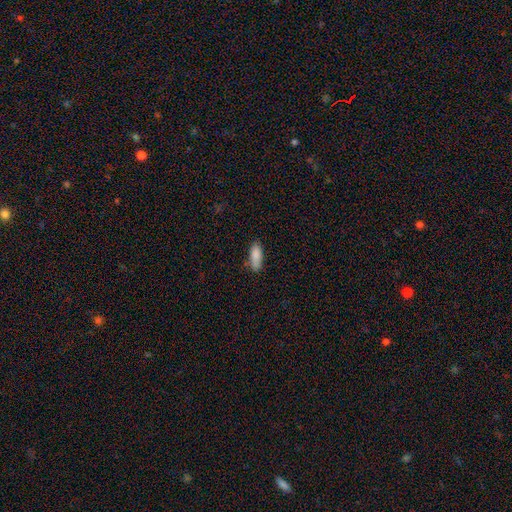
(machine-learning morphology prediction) Overall: smooth (87%). How rounded: in between (69%). Merging: none (74%).